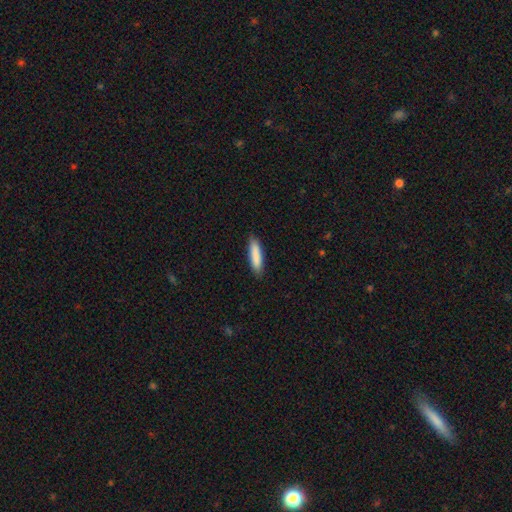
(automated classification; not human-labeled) smooth-or-featured: smooth: 87% | featured or disk: 7% | star or artifact: 6%
  how-rounded: cigar-shaped: 75% | in between: 24% | round: 1%
  merging: none: 88% | minor disturbance: 9% | major disturbance: 2% | merger: 1%